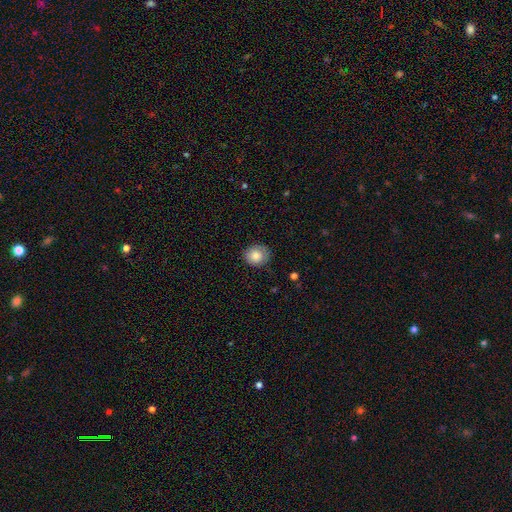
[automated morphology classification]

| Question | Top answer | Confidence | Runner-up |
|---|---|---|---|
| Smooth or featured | smooth | 82% | featured or disk (10%) |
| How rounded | round | 77% | in between (22%) |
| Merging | none | 81% | minor disturbance (15%) |